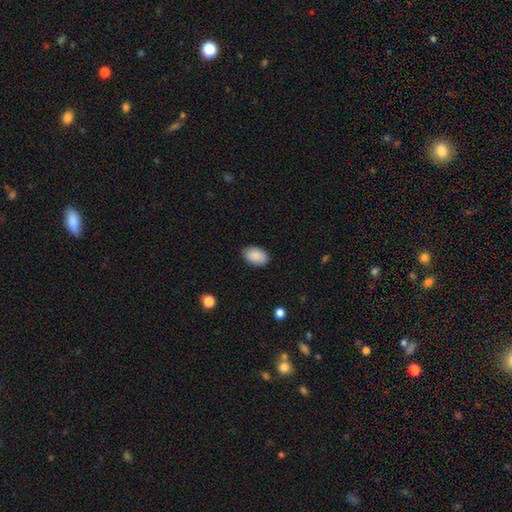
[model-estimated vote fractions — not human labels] Q: Smooth or featured?
A: smooth (90%); runner-up: star or artifact (6%)
Q: How rounded?
A: in between (90%); runner-up: round (9%)
Q: Merging?
A: none (85%); runner-up: minor disturbance (11%)